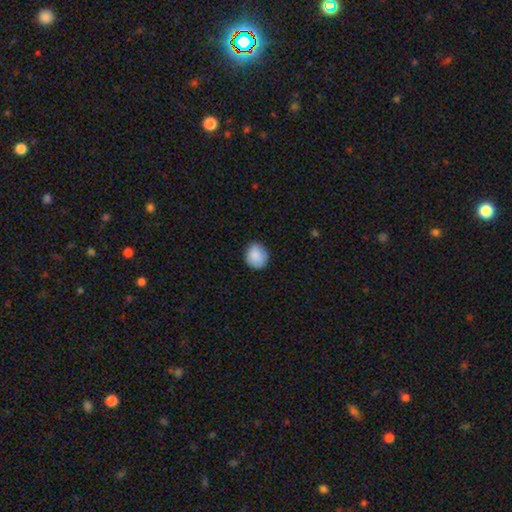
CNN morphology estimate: The model was most divided on "how rounded": round: 79%, in between: 20%, cigar-shaped: 1%. More confident: smooth or featured — smooth (88%); merging — none (83%).